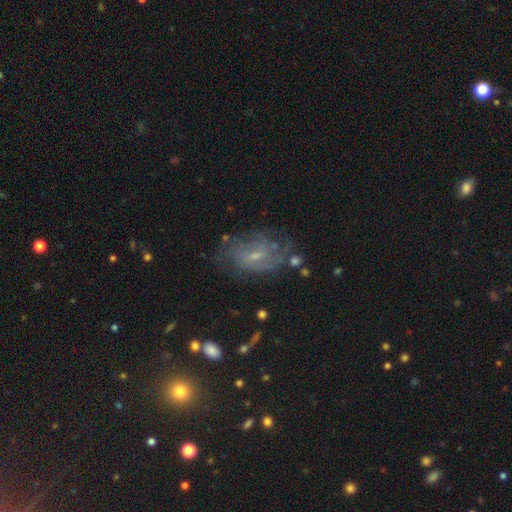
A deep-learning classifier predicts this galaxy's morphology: smooth-or-featured: featured or disk: 66% | smooth: 22% | star or artifact: 11%
  disk-edge-on: no: 96% | yes: 4%
    bar: weak: 49% | no: 42% | strong: 9%
    has-spiral-arms: yes: 78% | no: 22%
    bulge-size: small: 66% | moderate: 26% | none: 6% | large: 2% | dominant: 1%
  merging: none: 60% | minor disturbance: 23% | major disturbance: 13% | merger: 4%